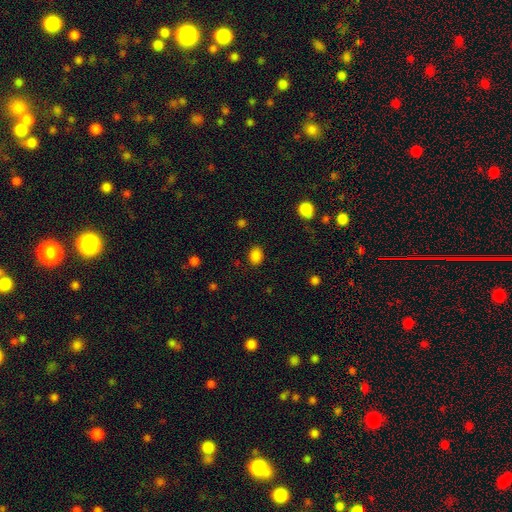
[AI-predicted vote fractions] smooth_or_featured: smooth (p=0.85) [alt: star or artifact p=0.11]
how_rounded: in between (p=0.62) [alt: round p=0.37]
merging: none (p=0.87) [alt: minor disturbance p=0.09]